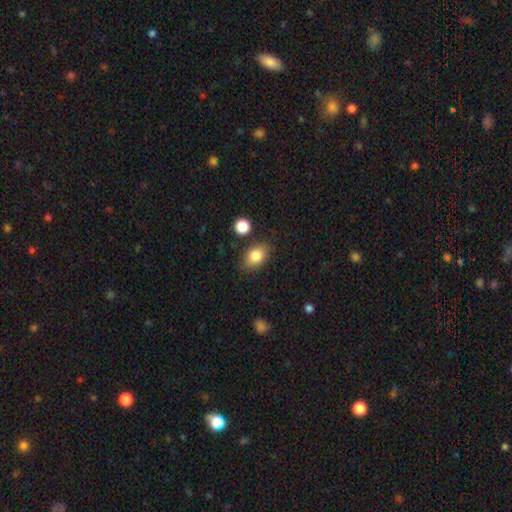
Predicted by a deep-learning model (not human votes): The model was most divided on "how rounded": in between: 80%, round: 18%, cigar-shaped: 1%. More confident: smooth or featured — smooth (83%); merging — none (81%).